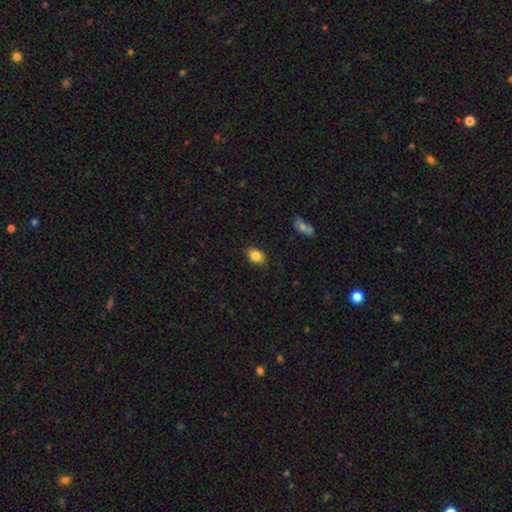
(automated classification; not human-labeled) smooth 84%, star or artifact 9%, featured or disk 7%. Down the decision tree: how rounded — in between (74%); merging — none (85%).